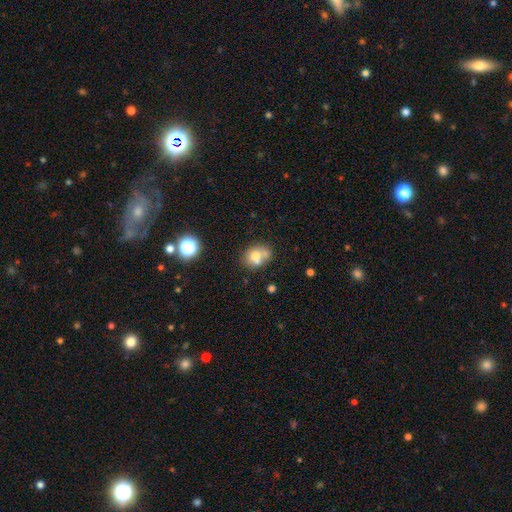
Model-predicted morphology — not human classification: smooth-or-featured: smooth: 67% | featured or disk: 21% | star or artifact: 12%
  how-rounded: round: 51% | in between: 48% | cigar-shaped: 1%
  merging: none: 41% | merger: 37% | minor disturbance: 15% | major disturbance: 6%